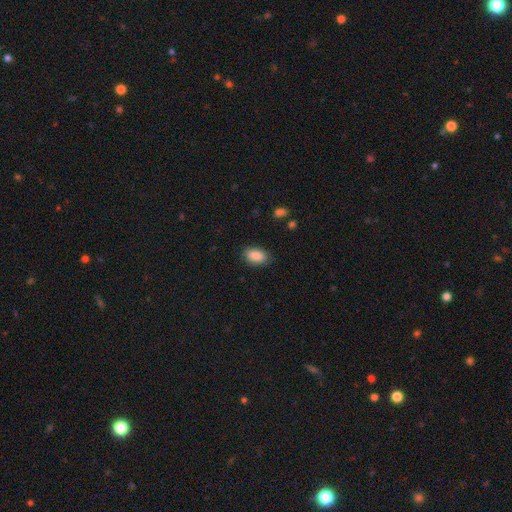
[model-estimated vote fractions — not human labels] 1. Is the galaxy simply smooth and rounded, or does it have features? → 88% smooth, 7% star or artifact, 6% featured or disk.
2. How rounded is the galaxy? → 91% in between, 6% round, 2% cigar-shaped.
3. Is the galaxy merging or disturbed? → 83% none, 13% minor disturbance, 3% major disturbance, 1% merger.